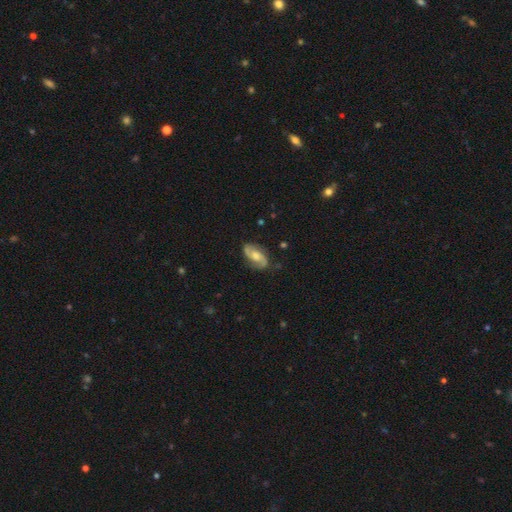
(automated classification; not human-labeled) This appears to be a featured or disk galaxy (72%) with no bar (52%), 2 (89%) medium (43%) spiral arms (92%) and a moderate central bulge (60%). Merging: none (78%).